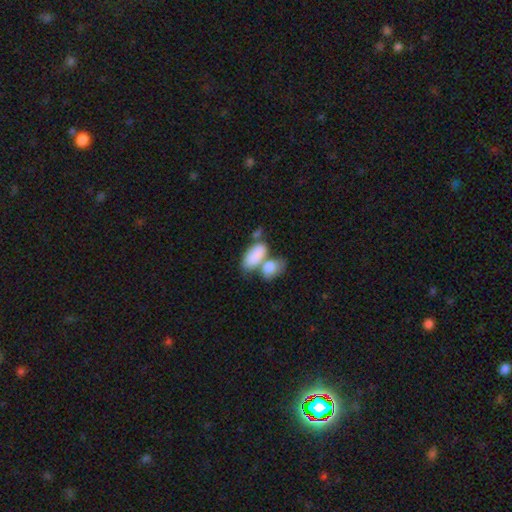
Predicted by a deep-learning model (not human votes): smooth_or_featured: smooth (p=0.83) [alt: featured or disk p=0.11]
how_rounded: in between (p=0.93) [alt: round p=0.04]
merging: merger (p=0.50) [alt: none p=0.32]